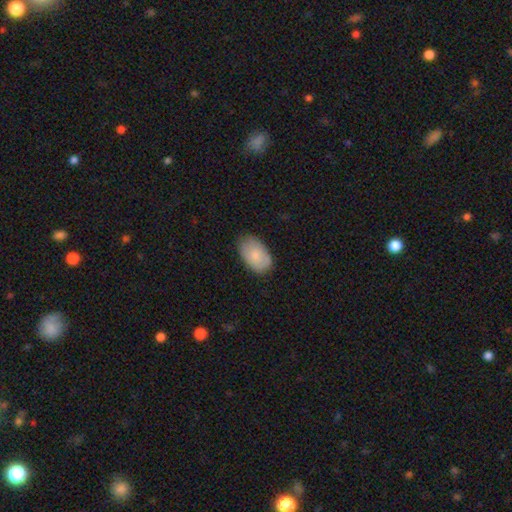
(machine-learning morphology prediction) A smooth galaxy with no disk features (82%) that is in between round and cigar-shaped (92%). Merging: none (77%).